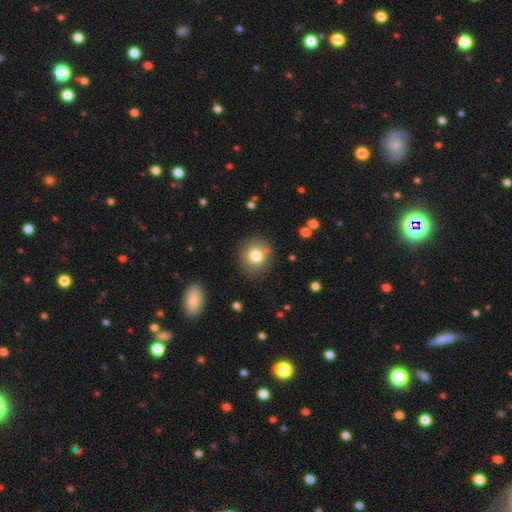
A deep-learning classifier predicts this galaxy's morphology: smooth-or-featured: smooth: 78% | featured or disk: 11% | star or artifact: 10%
  how-rounded: round: 84% | in between: 15% | cigar-shaped: 1%
  merging: none: 82% | minor disturbance: 11% | major disturbance: 4% | merger: 3%